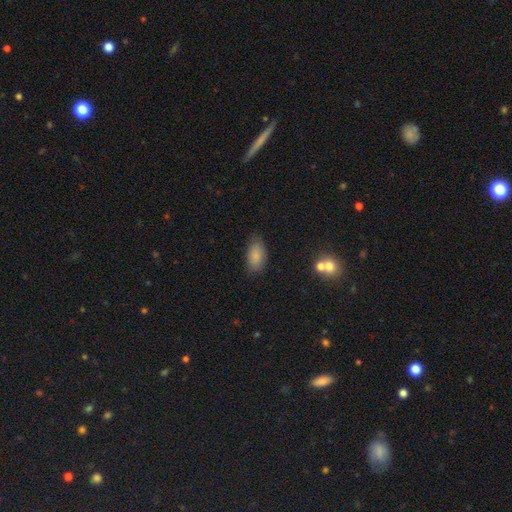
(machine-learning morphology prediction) The model was most divided on "merging": none: 78%, minor disturbance: 17%, major disturbance: 4%, merger: 2%. More confident: how rounded — in between (92%); smooth or featured — smooth (84%).